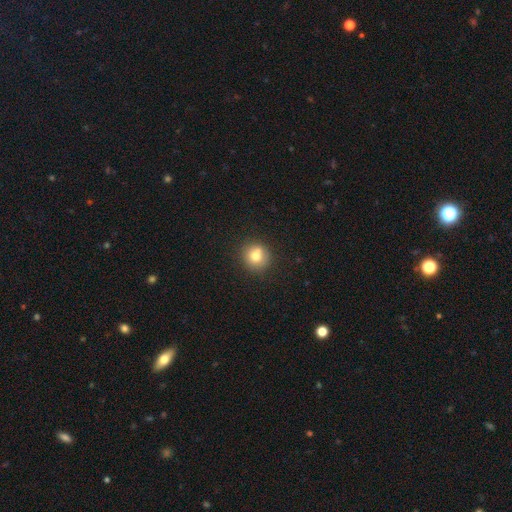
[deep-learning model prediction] Smooth or featured? Predicted: smooth (p=0.76). How rounded? Predicted: round (p=0.88). Merging? Predicted: none (p=0.74).